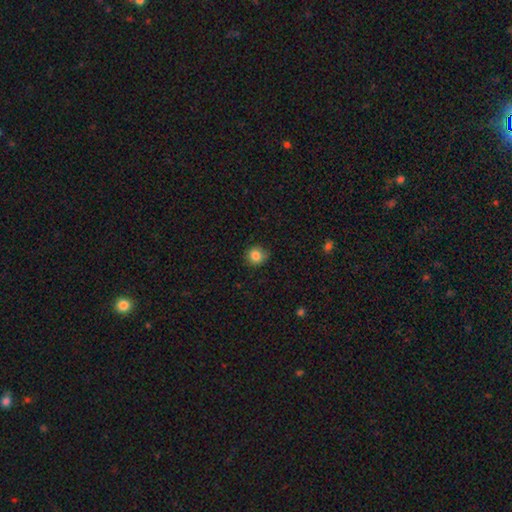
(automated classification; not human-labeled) Smooth or featured: smooth — 84% (star or artifact — 10%)
How rounded: round — 87% (in between — 12%)
Merging: none — 81% (minor disturbance — 15%)